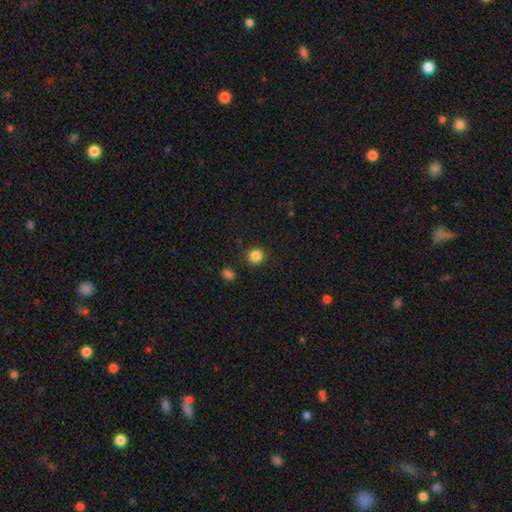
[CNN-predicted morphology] Smooth or featured?
  - smooth: 85% *
  - star or artifact: 11%
  - featured or disk: 3%
How rounded?
  - round: 92% *
  - in between: 7%
  - cigar-shaped: 1%
Merging?
  - none: 89% *
  - minor disturbance: 7%
  - major disturbance: 2%
  - merger: 2%